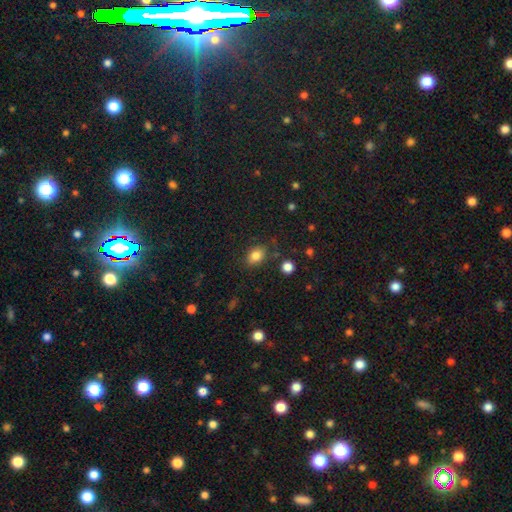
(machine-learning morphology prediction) Smooth or featured?
  - smooth: 83% *
  - star or artifact: 10%
  - featured or disk: 7%
How rounded?
  - in between: 74% *
  - round: 25%
  - cigar-shaped: 1%
Merging?
  - none: 79% *
  - minor disturbance: 14%
  - major disturbance: 4%
  - merger: 3%